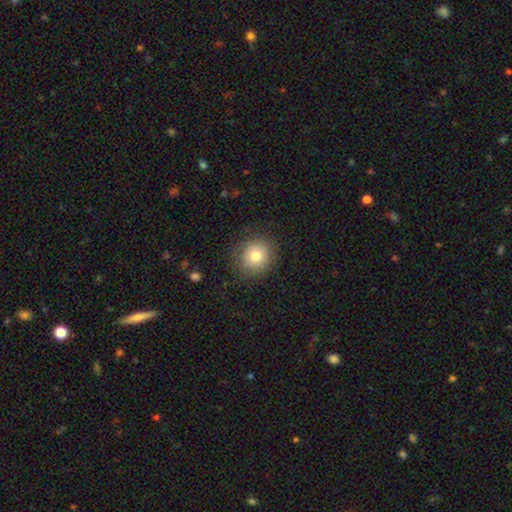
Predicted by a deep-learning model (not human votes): Smooth or featured?
  - smooth: 78% *
  - featured or disk: 12%
  - star or artifact: 11%
How rounded?
  - round: 84% *
  - in between: 15%
  - cigar-shaped: 1%
Merging?
  - none: 85% *
  - minor disturbance: 10%
  - major disturbance: 4%
  - merger: 1%